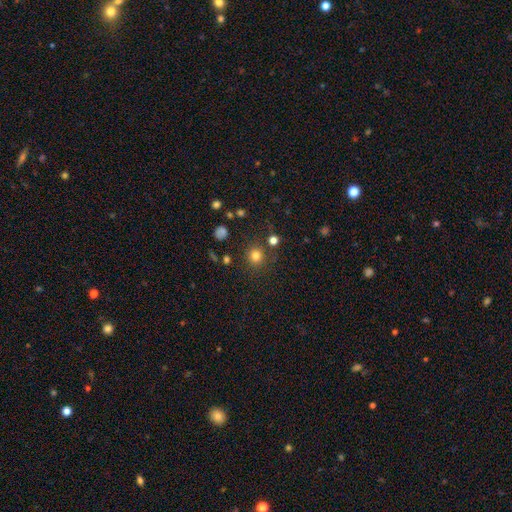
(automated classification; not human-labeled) Smooth or featured? Predicted: smooth (p=0.78). How rounded? Predicted: round (p=0.91). Merging? Predicted: none (p=0.83).